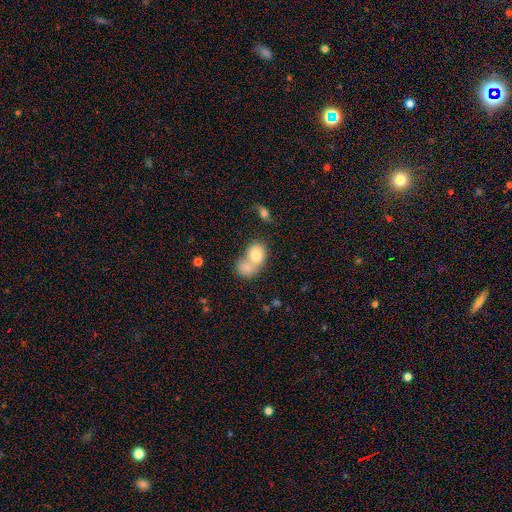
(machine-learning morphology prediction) Smooth or featured? smooth (78%)
How rounded? in between (54%)
Merging? merger (67%)